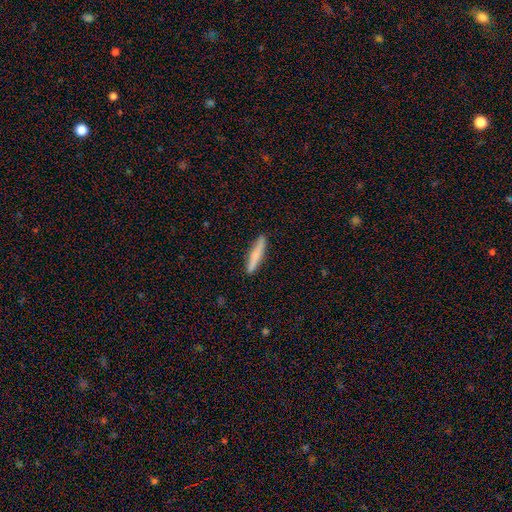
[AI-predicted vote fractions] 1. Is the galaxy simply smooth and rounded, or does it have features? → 74% smooth, 20% featured or disk, 6% star or artifact.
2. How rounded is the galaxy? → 92% cigar-shaped, 6% in between, 1% round.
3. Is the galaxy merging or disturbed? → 89% none, 8% minor disturbance, 2% major disturbance, 1% merger.